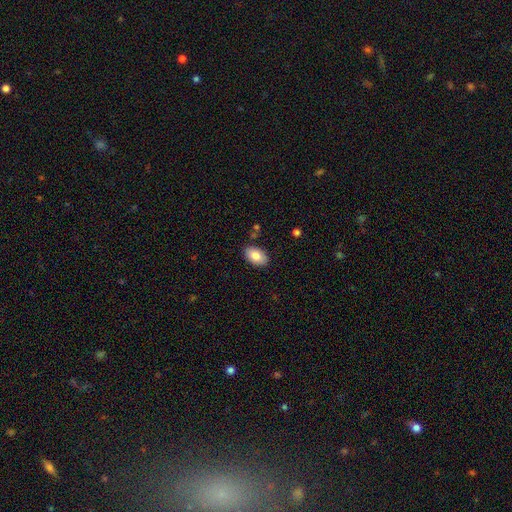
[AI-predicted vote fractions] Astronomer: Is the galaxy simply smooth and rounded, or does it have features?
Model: smooth — 84%.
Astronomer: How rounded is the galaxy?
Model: in between — 93%.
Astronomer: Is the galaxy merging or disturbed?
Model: none — 86%.